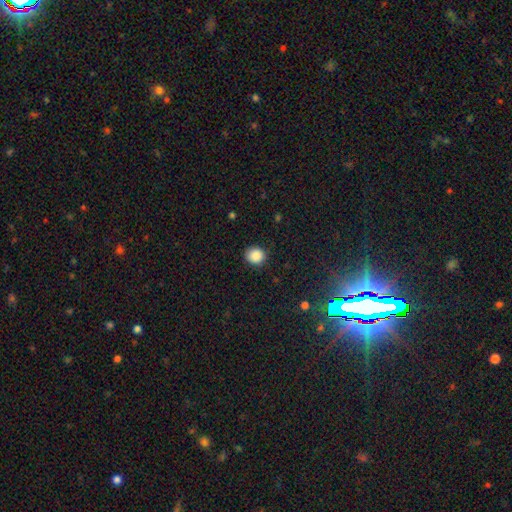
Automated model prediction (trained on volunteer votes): Morphology: type=smooth (88%); roundness=round (82%); merging=none (89%).